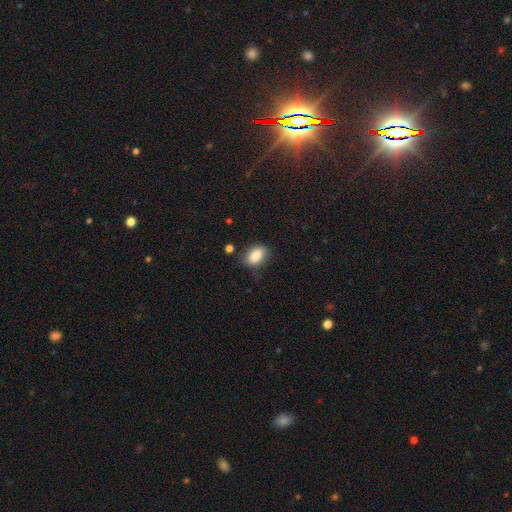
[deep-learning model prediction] Smooth or featured: smooth — 87% (star or artifact — 8%)
How rounded: in between — 86% (round — 12%)
Merging: none — 76% (minor disturbance — 17%)